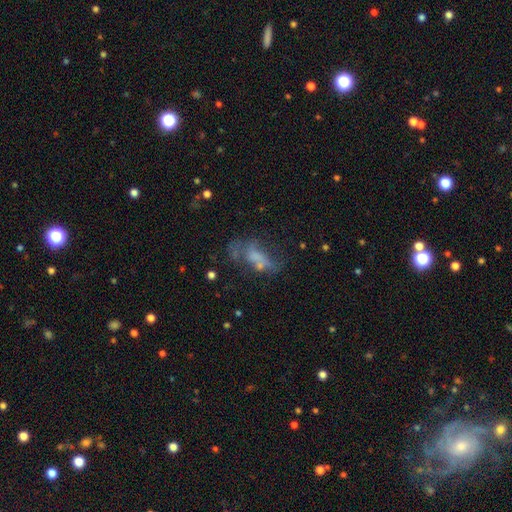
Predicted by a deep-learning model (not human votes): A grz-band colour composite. It shows a featured or disk galaxy (44%). Merging: none (35%).